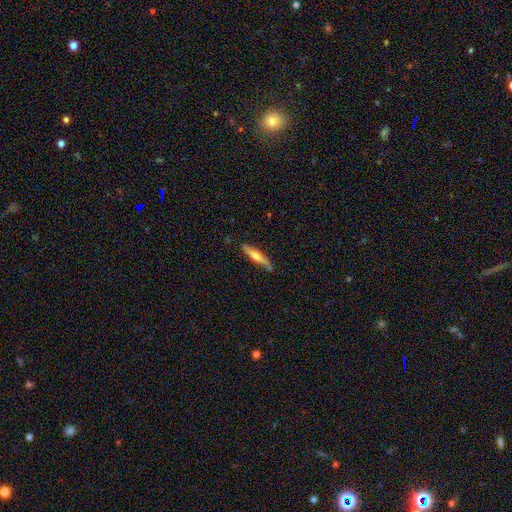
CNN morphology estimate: Smooth or featured? smooth (49%)
Merging? none (79%)